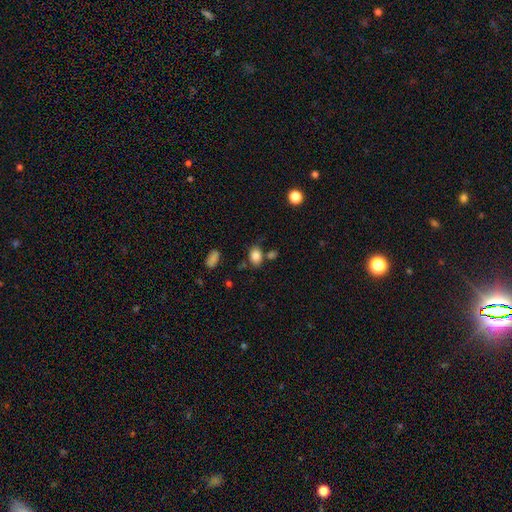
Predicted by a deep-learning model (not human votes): Q: Smooth or featured?
A: smooth (85%); runner-up: star or artifact (10%)
Q: How rounded?
A: in between (75%); runner-up: round (24%)
Q: Merging?
A: none (69%); runner-up: minor disturbance (15%)